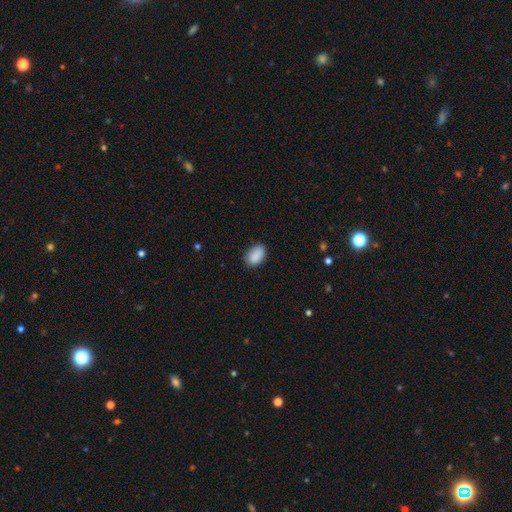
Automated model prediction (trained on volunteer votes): This is clearly a smooth galaxy (89%). How rounded: clearly in between (90%). Merging: clearly none (81%).